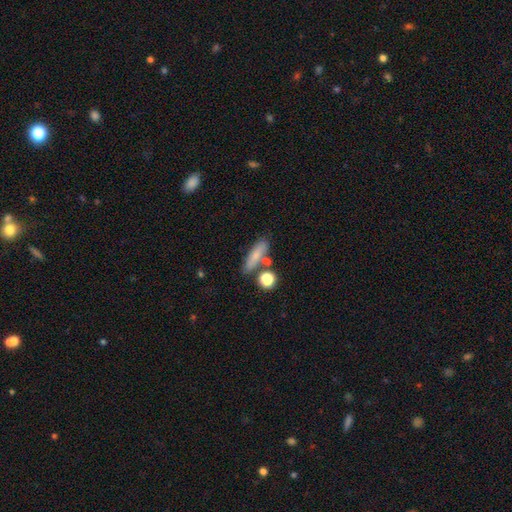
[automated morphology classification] Smooth or featured: smooth — 74% (featured or disk — 17%)
How rounded: cigar-shaped — 53% (in between — 38%)
Merging: none — 62% (merger — 17%)